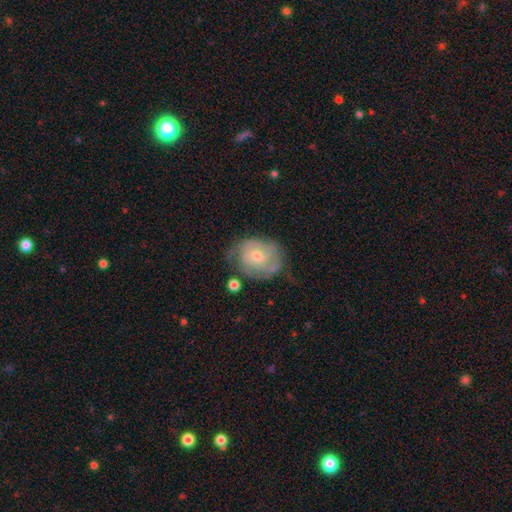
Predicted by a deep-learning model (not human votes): featured or disk 64%, smooth 29%, star or artifact 7%. Down the decision tree: edge-on disk — no (97%); bar — no (78%); spiral arms — yes (79%); bulge size — small (52%); merging — none (57%).